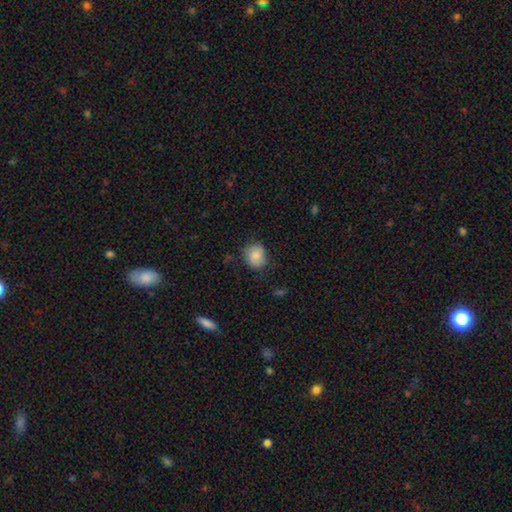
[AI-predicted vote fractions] A smooth galaxy with no disk features (86%) that is round (71%). Merging: none (77%).